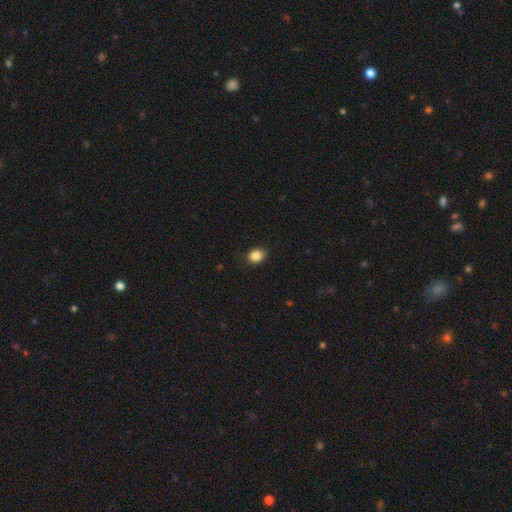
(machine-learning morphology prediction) Smooth or featured? smooth (86%)
How rounded? round (50%)
Merging? none (87%)